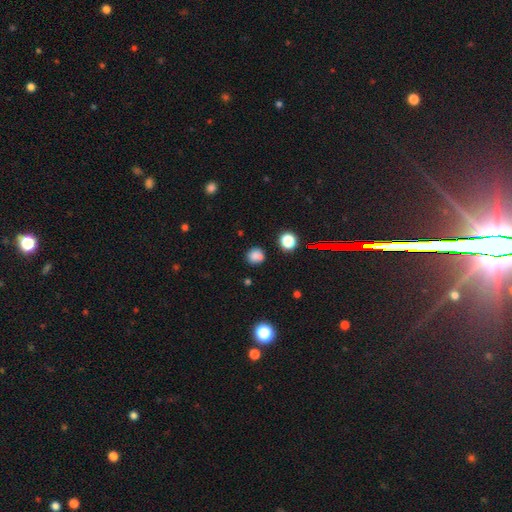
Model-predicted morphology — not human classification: Smooth or featured?
  - smooth: 78% *
  - star or artifact: 15%
  - featured or disk: 6%
How rounded?
  - round: 87% *
  - in between: 12%
  - cigar-shaped: 1%
Merging?
  - none: 76% *
  - minor disturbance: 13%
  - merger: 7%
  - major disturbance: 4%